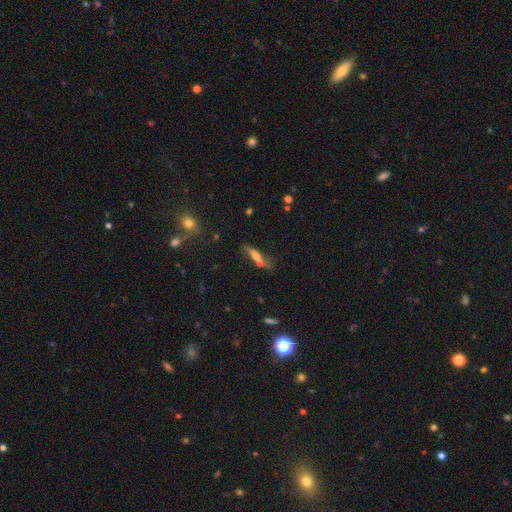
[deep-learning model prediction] smooth_or_featured: smooth (p=0.56) [alt: featured or disk p=0.32]
how_rounded: cigar-shaped (p=0.72) [alt: in between p=0.25]
merging: none (p=0.47) [alt: merger p=0.22]